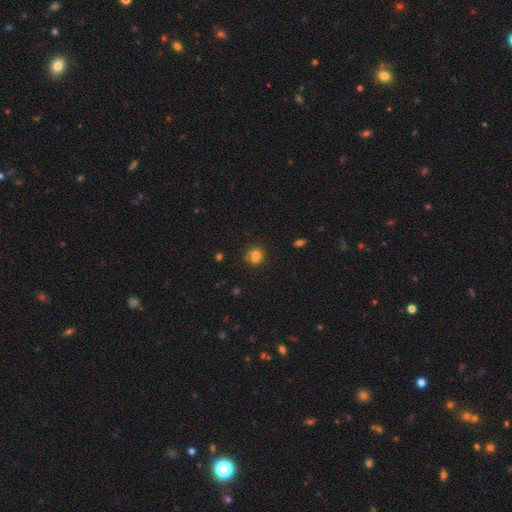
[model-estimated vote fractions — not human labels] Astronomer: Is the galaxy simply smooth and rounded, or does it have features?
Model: smooth — 75%.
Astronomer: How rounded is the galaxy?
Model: round — 80%.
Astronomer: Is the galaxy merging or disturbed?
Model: none — 56%.